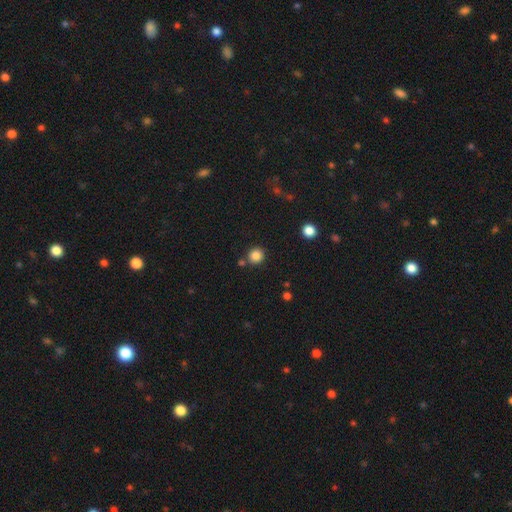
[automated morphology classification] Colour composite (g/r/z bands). It shows a smooth galaxy with no disk features (85%) that is round (92%). Merging: none (82%).